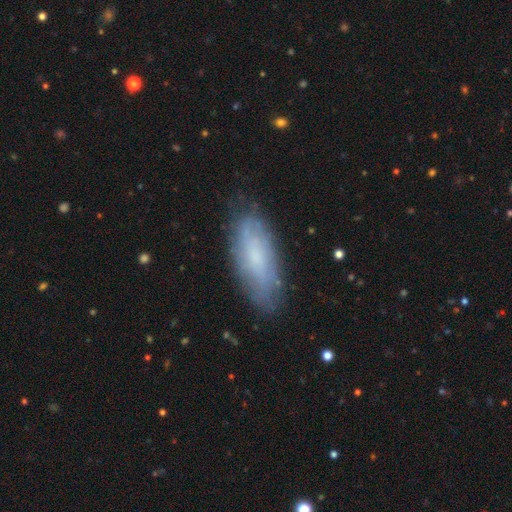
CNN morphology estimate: Smooth or featured? smooth (54%)
How rounded? in between (74%)
Merging? none (76%)